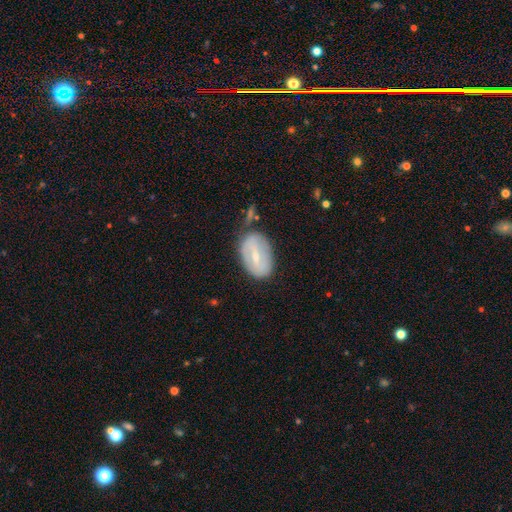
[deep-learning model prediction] Smooth or featured?
  - featured or disk: 53% *
  - smooth: 40%
  - star or artifact: 7%
Edge-on disk?
  - no: 92% *
  - yes: 8%
Merging?
  - none: 67% *
  - minor disturbance: 20%
  - merger: 7%
  - major disturbance: 6%